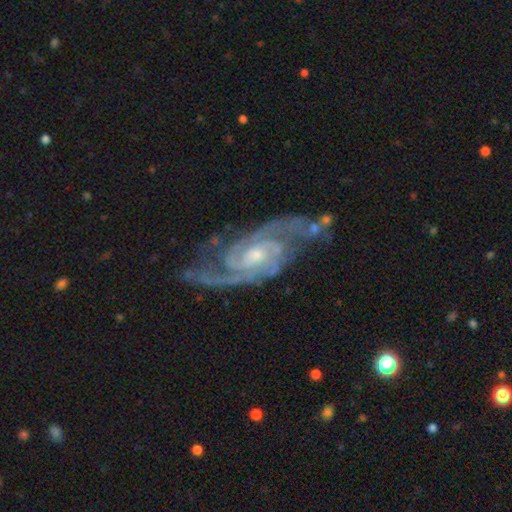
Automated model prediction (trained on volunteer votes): Morphology: type=featured or disk (93%); edge-on=no (96%); bar=no (56%); spiral arms=yes (98%); winding=tight (48%); arm count=2 (69%); bulge=small (54%); merging=none (70%).